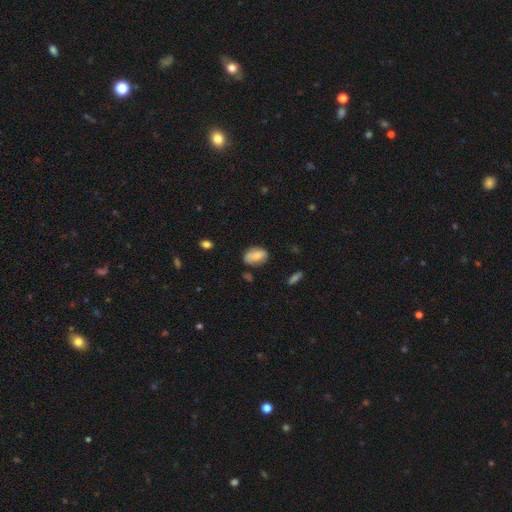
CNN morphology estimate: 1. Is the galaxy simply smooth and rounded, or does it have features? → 76% smooth, 16% featured or disk, 8% star or artifact.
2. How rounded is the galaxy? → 85% in between, 13% round, 2% cigar-shaped.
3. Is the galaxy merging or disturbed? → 63% none, 25% minor disturbance, 6% major disturbance, 5% merger.